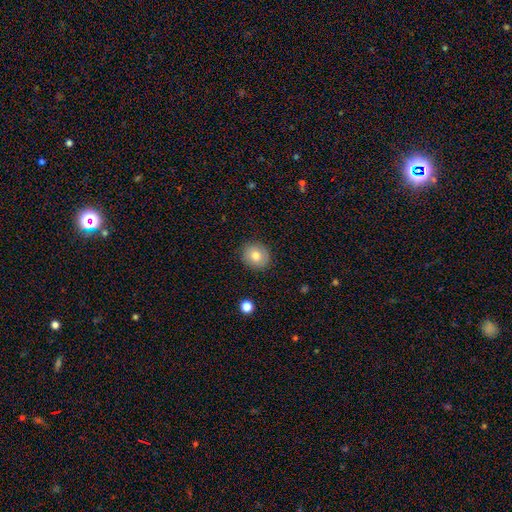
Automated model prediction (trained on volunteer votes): Q: Smooth or featured?
A: smooth (77%); runner-up: featured or disk (14%)
Q: How rounded?
A: round (82%); runner-up: in between (17%)
Q: Merging?
A: none (88%); runner-up: minor disturbance (9%)